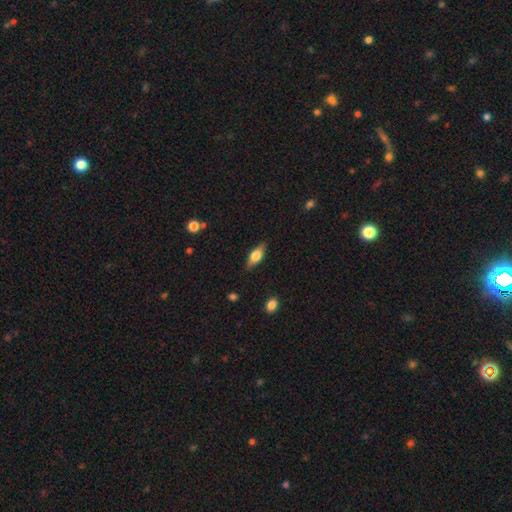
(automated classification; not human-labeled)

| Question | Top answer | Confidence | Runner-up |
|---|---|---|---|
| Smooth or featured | smooth | 56% | featured or disk (37%) |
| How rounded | in between | 72% | cigar-shaped (23%) |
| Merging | none | 84% | minor disturbance (12%) |